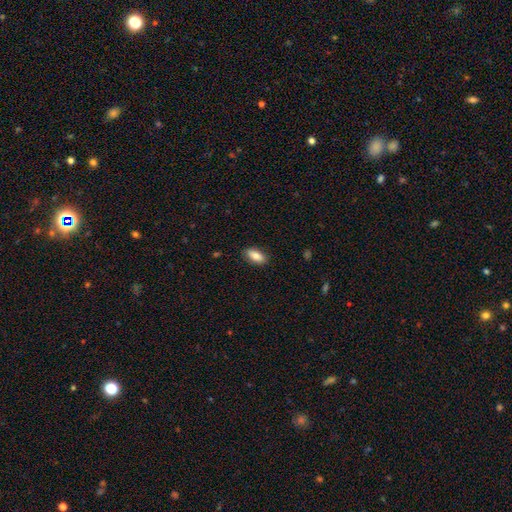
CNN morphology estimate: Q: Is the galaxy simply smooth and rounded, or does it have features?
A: smooth — 81%.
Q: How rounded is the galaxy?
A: in between — 88%.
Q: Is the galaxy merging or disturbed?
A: none — 87%.